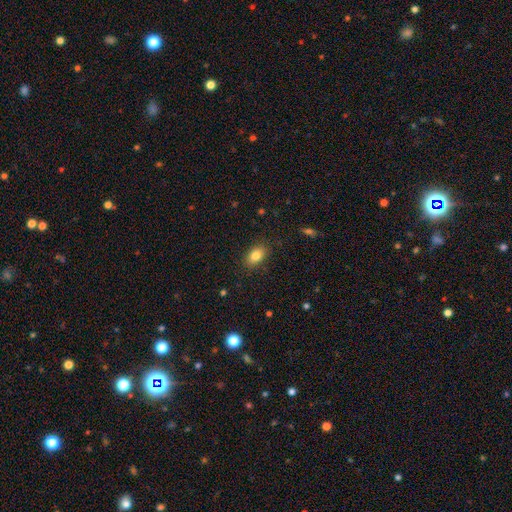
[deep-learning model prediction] This is clearly a smooth galaxy (83%). How rounded: clearly in between (84%). Merging: clearly none (86%).